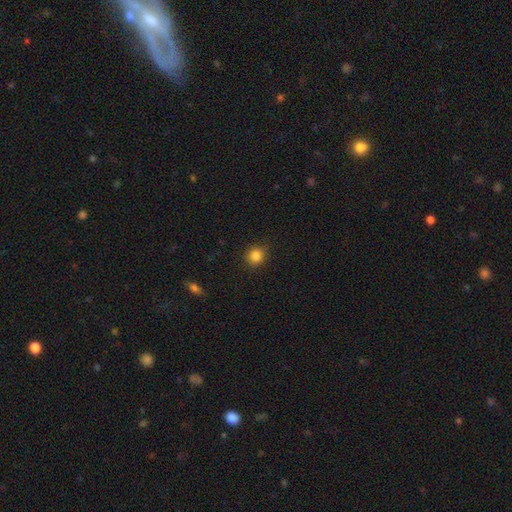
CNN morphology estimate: The model was most divided on "how rounded": round: 85%, in between: 14%, cigar-shaped: 1%. More confident: merging — none (89%); smooth or featured — smooth (84%).